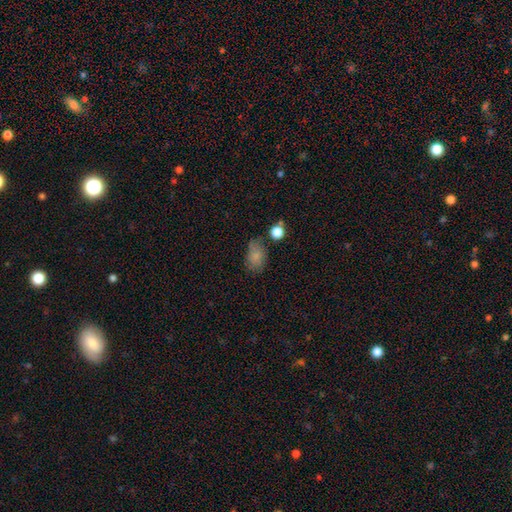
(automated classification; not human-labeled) This appears to be a smooth galaxy with no disk features (79%) that is in between round and cigar-shaped (78%). Merging: none (56%).